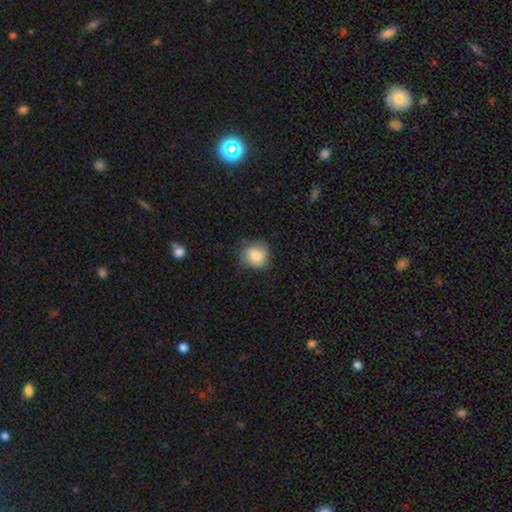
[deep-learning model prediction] The model was most divided on "merging": none: 62%, minor disturbance: 28%, major disturbance: 8%, merger: 1%. More confident: smooth or featured — smooth (79%); how rounded — round (69%).